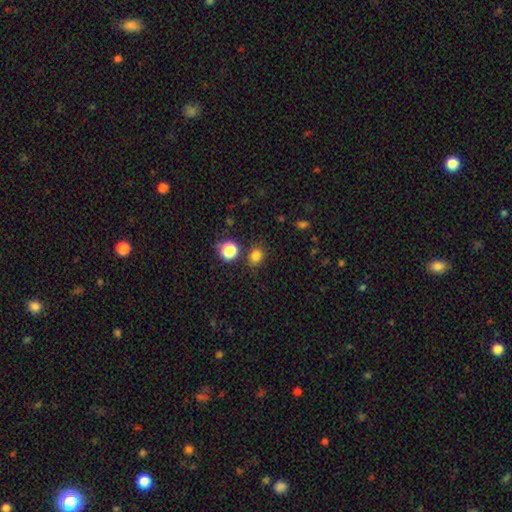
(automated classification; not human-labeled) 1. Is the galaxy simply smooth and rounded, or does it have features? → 80% smooth, 15% star or artifact, 4% featured or disk.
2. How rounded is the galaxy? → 64% round, 35% in between, 1% cigar-shaped.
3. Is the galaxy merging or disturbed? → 80% none, 10% minor disturbance, 7% merger, 3% major disturbance.